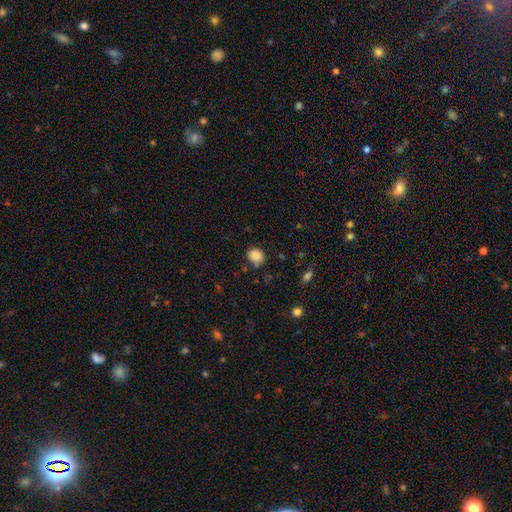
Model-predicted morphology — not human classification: smooth-or-featured: smooth: 86% | star or artifact: 10% | featured or disk: 5%
  how-rounded: round: 54% | in between: 45% | cigar-shaped: 1%
  merging: none: 71% | minor disturbance: 20% | major disturbance: 5% | merger: 4%